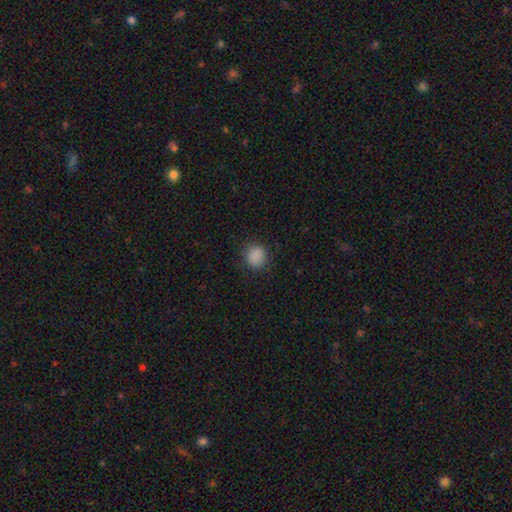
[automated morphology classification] Smooth or featured?
  - smooth: 86% *
  - star or artifact: 10%
  - featured or disk: 3%
How rounded?
  - round: 78% *
  - in between: 21%
  - cigar-shaped: 1%
Merging?
  - none: 84% *
  - minor disturbance: 11%
  - major disturbance: 4%
  - merger: 1%